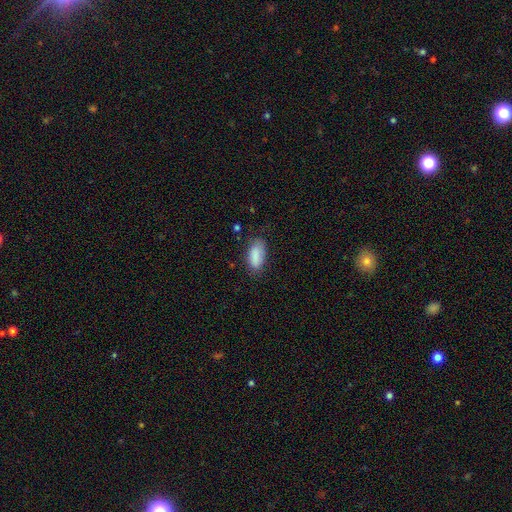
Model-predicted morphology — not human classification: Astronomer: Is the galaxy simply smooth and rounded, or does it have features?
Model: smooth — 87%.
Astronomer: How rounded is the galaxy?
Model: in between — 88%.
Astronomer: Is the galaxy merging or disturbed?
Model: none — 72%.